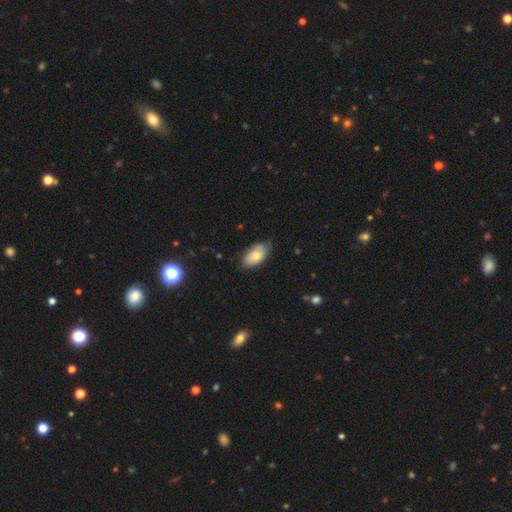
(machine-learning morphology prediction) smooth_or_featured: smooth (p=0.75) [alt: featured or disk p=0.18]
how_rounded: in between (p=0.94) [alt: round p=0.03]
merging: none (p=0.72) [alt: minor disturbance p=0.23]